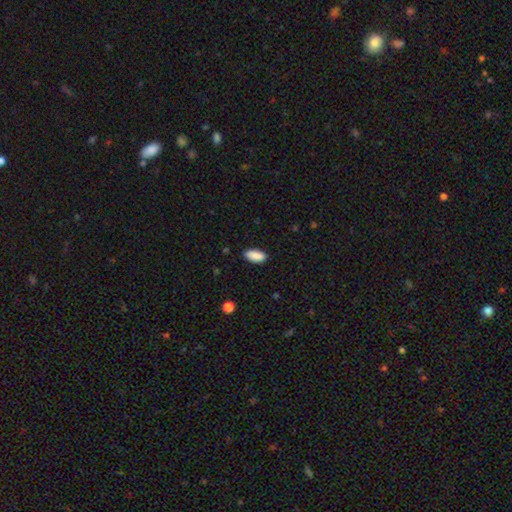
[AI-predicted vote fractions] Morphology: type=smooth (90%); roundness=in between (89%); merging=none (85%).